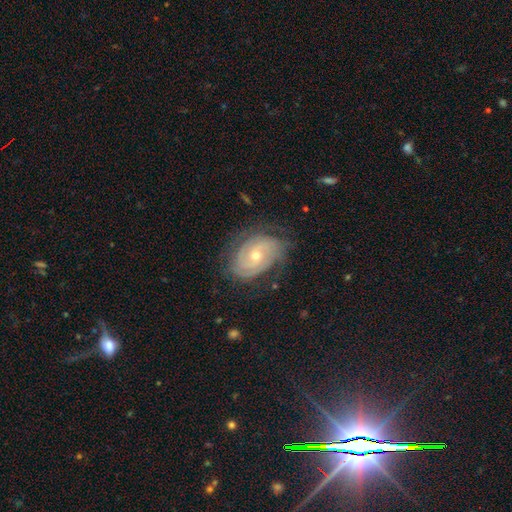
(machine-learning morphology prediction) Smooth or featured? Predicted: featured or disk (p=0.82). Edge-on disk? Predicted: no (p=0.96). Bar? Predicted: no (p=0.68). Spiral arms? Predicted: yes (p=0.94). Spiral winding? Predicted: tight (p=0.70). Spiral arm count? Predicted: 2 (p=0.32, tied with can't tell). Bulge size? Predicted: moderate (p=0.49). Merging? Predicted: none (p=0.71).